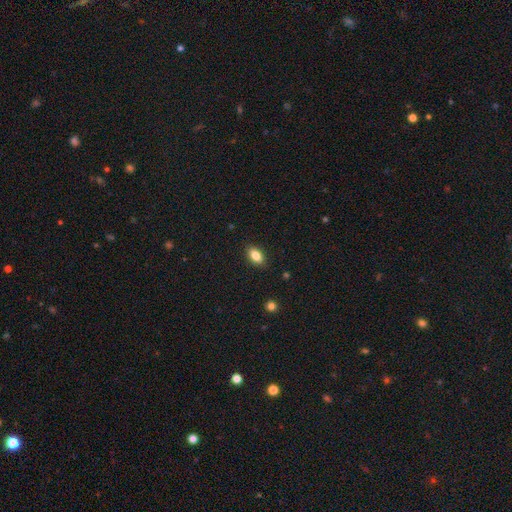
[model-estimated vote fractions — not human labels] Smooth or featured: smooth — 84% (star or artifact — 8%)
How rounded: in between — 89% (round — 7%)
Merging: none — 88% (minor disturbance — 9%)